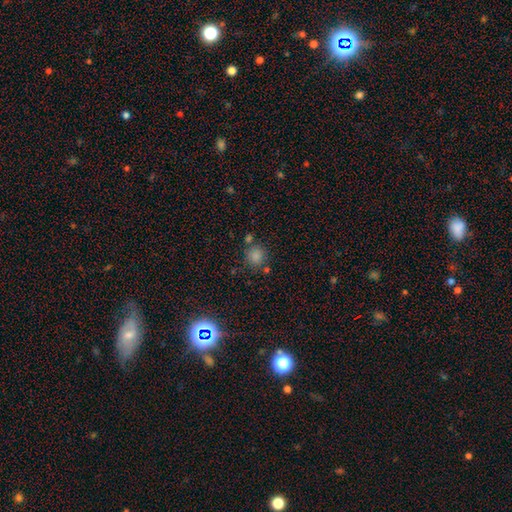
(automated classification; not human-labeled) Smooth or featured? smooth (82%)
How rounded? round (86%)
Merging? none (73%)